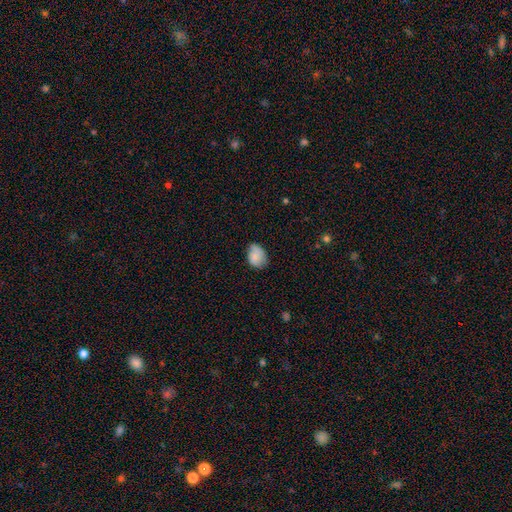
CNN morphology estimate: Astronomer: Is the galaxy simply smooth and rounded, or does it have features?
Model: smooth — 83%.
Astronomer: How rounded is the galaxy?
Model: in between — 67%.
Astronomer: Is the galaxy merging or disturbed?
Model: none — 57% (runner-up: minor disturbance, 34%).